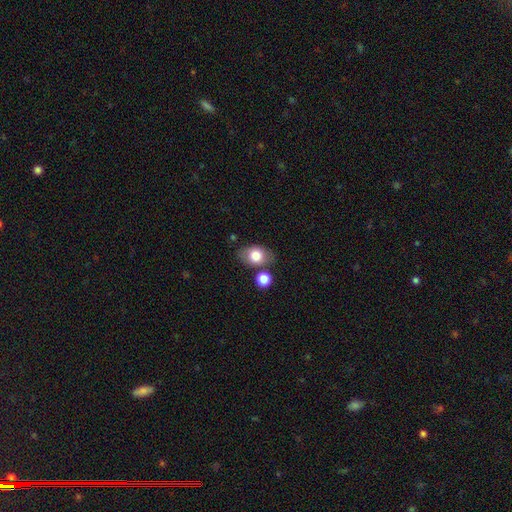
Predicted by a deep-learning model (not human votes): Smooth or featured: smooth — 77% (featured or disk — 15%)
How rounded: in between — 74% (round — 25%)
Merging: none — 73% (minor disturbance — 13%)